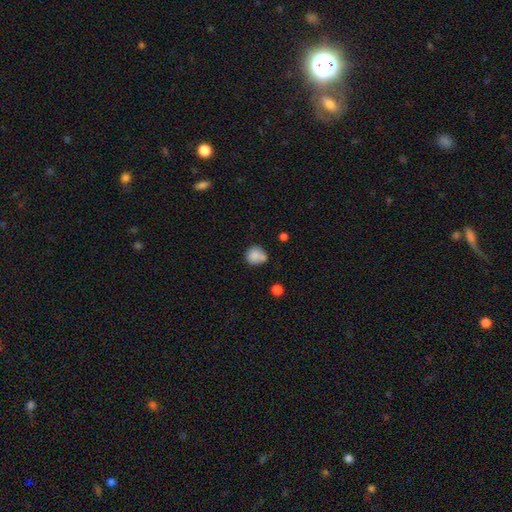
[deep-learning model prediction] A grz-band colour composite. It shows a smooth galaxy with no disk features (83%) that is round (78%). Merging: none (53%).